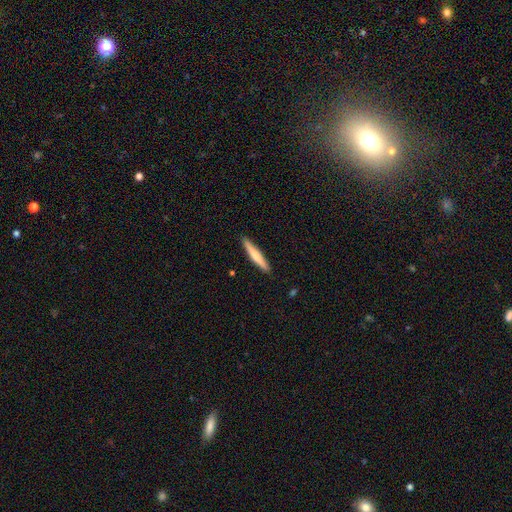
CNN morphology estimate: The model was most divided on "smooth or featured": smooth: 67%, featured or disk: 28%, star or artifact: 5%. More confident: how rounded — cigar-shaped (94%); merging — none (90%).